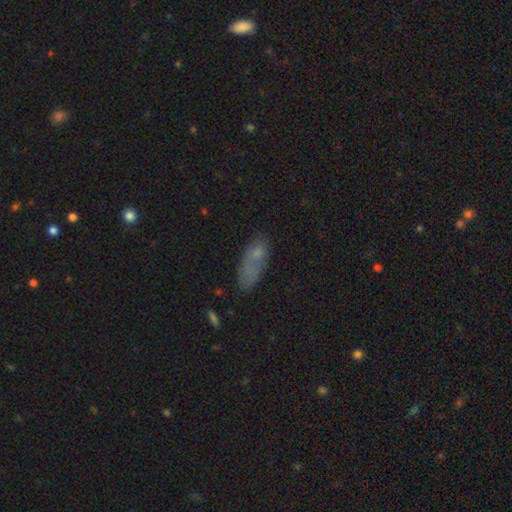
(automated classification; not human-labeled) smooth_or_featured: smooth (p=0.68) [alt: featured or disk p=0.18]
how_rounded: in between (p=0.69) [alt: cigar-shaped p=0.27]
merging: none (p=0.51) [alt: minor disturbance p=0.25]